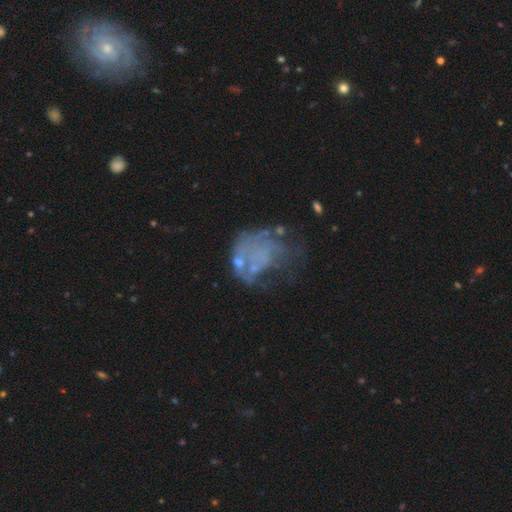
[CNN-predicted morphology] This appears to be a featured or disk galaxy (58%) with no bar (91%), no spiral arms (84%) and no central bulge (78%). Merging: major disturbance (40%).